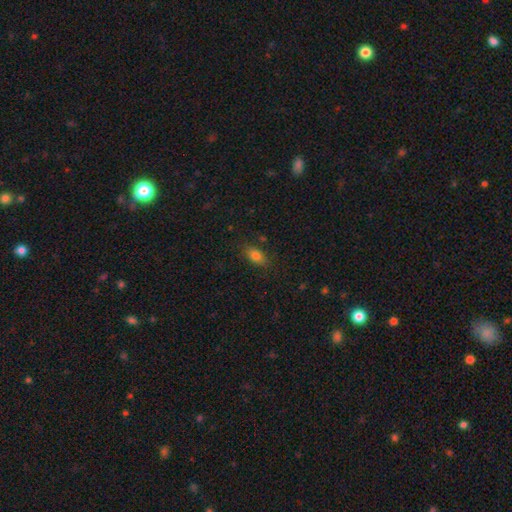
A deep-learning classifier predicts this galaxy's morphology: Smooth or featured? Predicted: smooth (p=0.80). How rounded? Predicted: in between (p=0.85). Merging? Predicted: none (p=0.82).